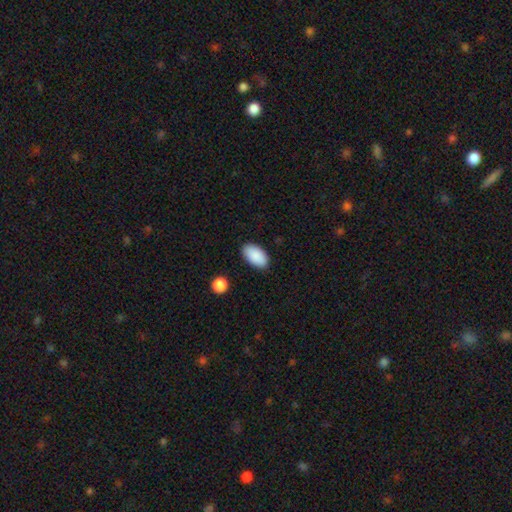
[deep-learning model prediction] This appears to be a smooth galaxy with no disk features (90%) that is in between round and cigar-shaped (95%). Merging: none (87%).